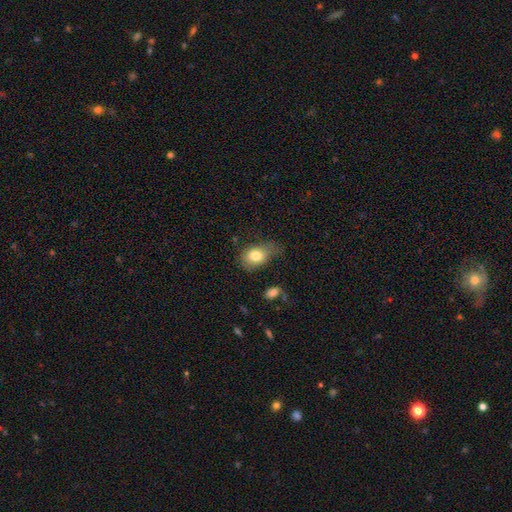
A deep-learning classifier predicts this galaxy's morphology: Q: Smooth or featured?
A: smooth (79%); runner-up: featured or disk (12%)
Q: How rounded?
A: in between (75%); runner-up: round (24%)
Q: Merging?
A: none (44%); runner-up: minor disturbance (37%)